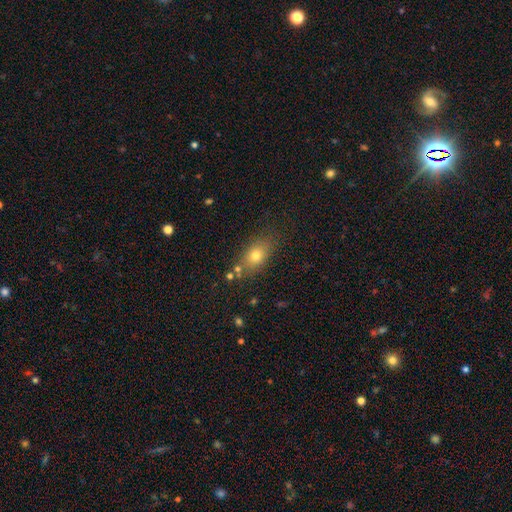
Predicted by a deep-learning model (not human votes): A smooth galaxy with no disk features (73%) that is in between round and cigar-shaped (71%).

Vote fractions:
- Smooth or featured? smooth: 73% / featured or disk: 14% / star or artifact: 13%
- How rounded? in between: 71% / round: 23% / cigar-shaped: 6%
- Merging? none: 74% / minor disturbance: 15% / merger: 6% / major disturbance: 5%